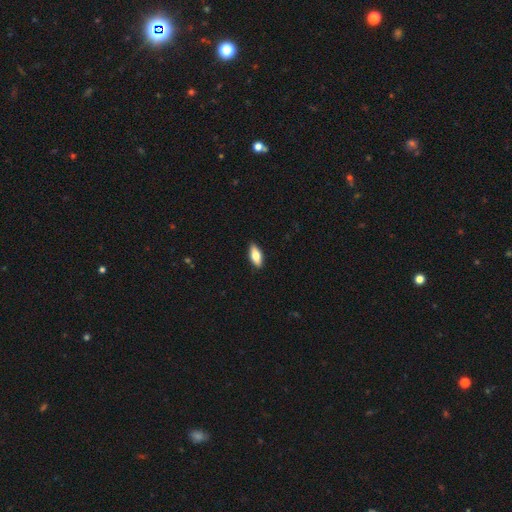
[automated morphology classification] smooth 72%, featured or disk 22%, star or artifact 6%. Down the decision tree: how rounded — in between (80%); merging — none (90%).